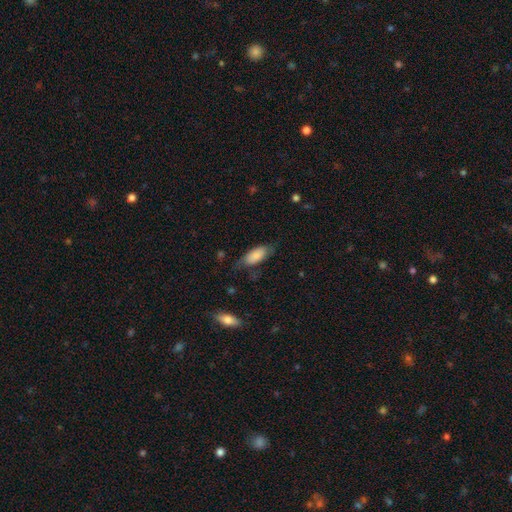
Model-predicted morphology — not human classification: Q: Smooth or featured?
A: smooth (79%); runner-up: featured or disk (15%)
Q: How rounded?
A: in between (85%); runner-up: cigar-shaped (12%)
Q: Merging?
A: none (58%); runner-up: minor disturbance (27%)